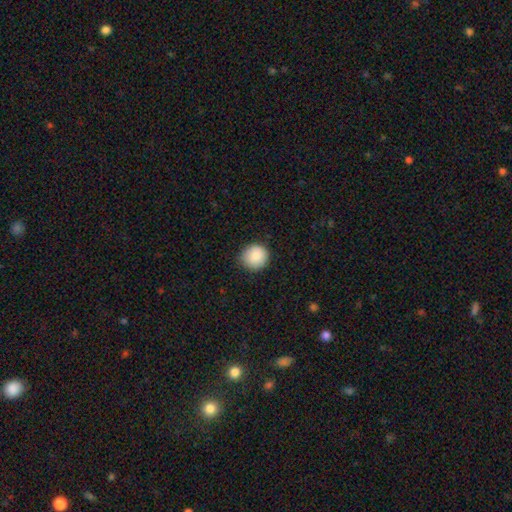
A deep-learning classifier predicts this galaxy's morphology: Q: Smooth or featured?
A: smooth (88%); runner-up: star or artifact (8%)
Q: How rounded?
A: round (92%); runner-up: in between (8%)
Q: Merging?
A: none (86%); runner-up: minor disturbance (11%)